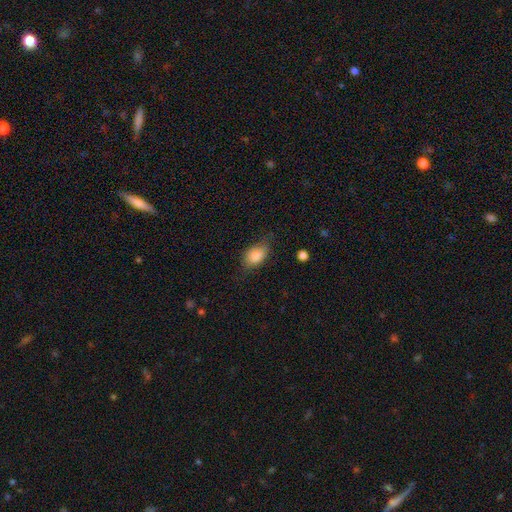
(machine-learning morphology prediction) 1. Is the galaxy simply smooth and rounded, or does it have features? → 83% smooth, 10% featured or disk, 7% star or artifact.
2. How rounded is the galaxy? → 86% in between, 12% round, 2% cigar-shaped.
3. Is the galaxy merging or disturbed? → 65% none, 26% minor disturbance, 8% major disturbance, 1% merger.